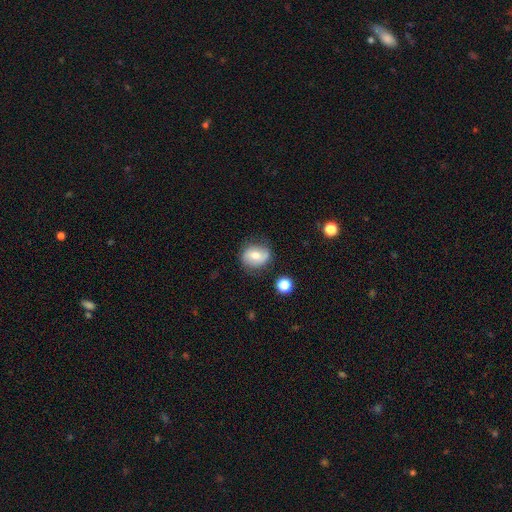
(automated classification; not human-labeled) A smooth galaxy with no disk features (60%) that is round (59%). Merging: none (71%).